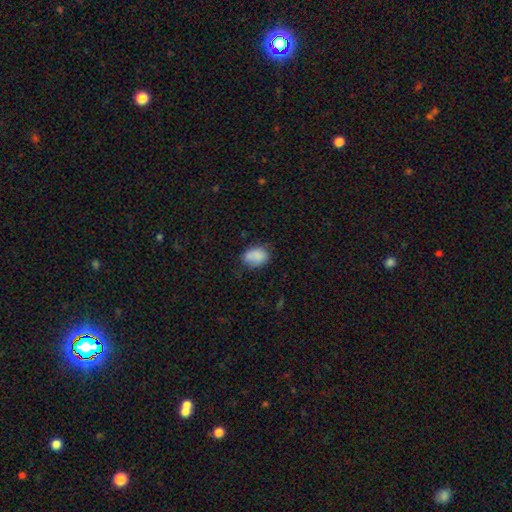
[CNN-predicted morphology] Smooth or featured?
  - smooth: 84% *
  - star or artifact: 9%
  - featured or disk: 7%
How rounded?
  - in between: 71% *
  - round: 28%
  - cigar-shaped: 1%
Merging?
  - none: 64% *
  - minor disturbance: 26%
  - major disturbance: 7%
  - merger: 4%